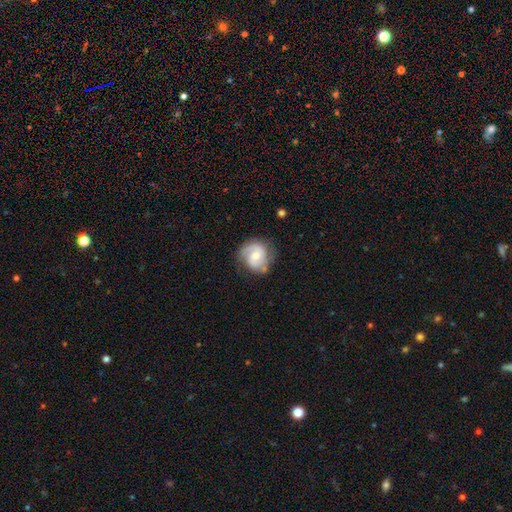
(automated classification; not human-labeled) Morphology: type=featured or disk (72%); edge-on=no (98%); bar=no (47%); spiral arms=yes (93%); winding=medium (45%); arm count=2 (79%); bulge=moderate (54%); merging=none (70%).